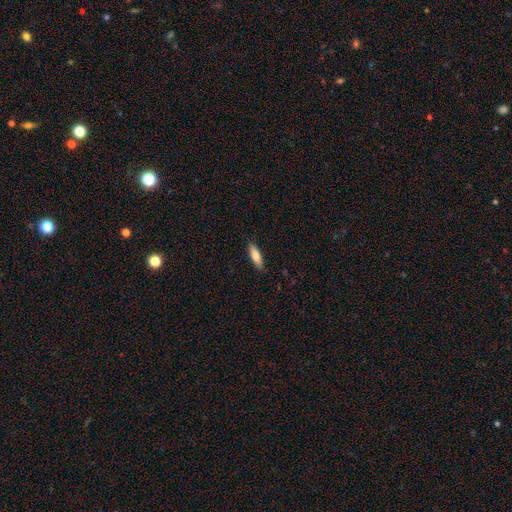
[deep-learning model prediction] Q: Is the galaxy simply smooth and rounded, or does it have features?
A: smooth — 79%.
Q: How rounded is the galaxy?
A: in between — 51%.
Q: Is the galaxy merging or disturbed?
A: none — 88%.